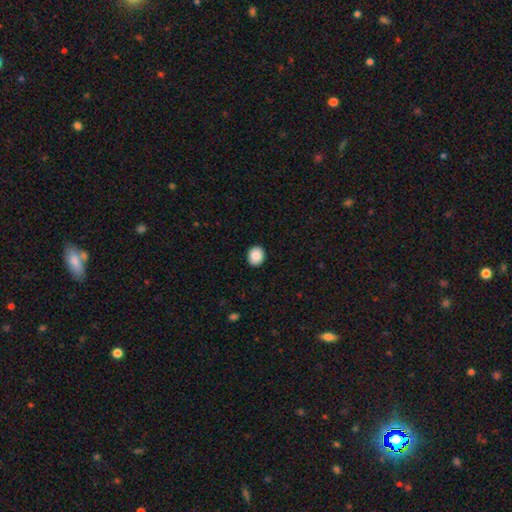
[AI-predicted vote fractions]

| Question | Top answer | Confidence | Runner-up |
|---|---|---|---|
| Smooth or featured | smooth | 88% | star or artifact (8%) |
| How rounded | round | 61% | in between (38%) |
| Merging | none | 92% | minor disturbance (6%) |